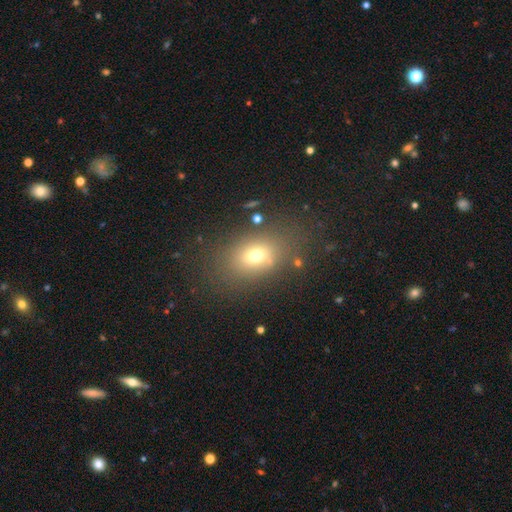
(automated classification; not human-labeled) smooth_or_featured: smooth (p=0.67) [alt: star or artifact p=0.17]
how_rounded: in between (p=0.72) [alt: round p=0.26]
merging: none (p=0.76) [alt: minor disturbance p=0.13]